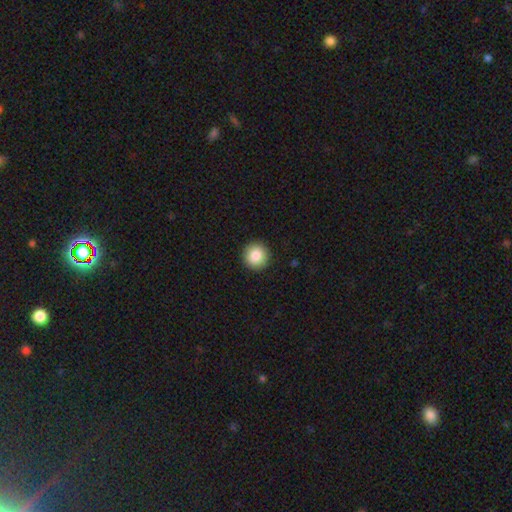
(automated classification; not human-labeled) Smooth or featured?
  - smooth: 87% *
  - star or artifact: 8%
  - featured or disk: 5%
How rounded?
  - round: 95% *
  - in between: 4%
  - cigar-shaped: 1%
Merging?
  - none: 93% *
  - minor disturbance: 5%
  - major disturbance: 2%
  - merger: 1%